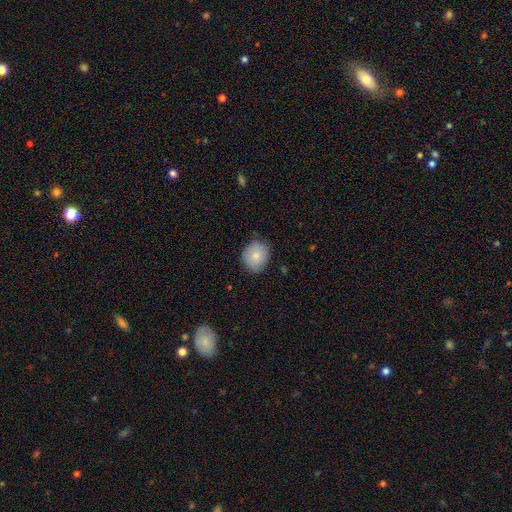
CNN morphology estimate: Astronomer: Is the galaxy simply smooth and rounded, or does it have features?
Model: smooth — 81%.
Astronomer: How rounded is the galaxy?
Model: round — 72%.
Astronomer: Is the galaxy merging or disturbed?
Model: none — 81%.